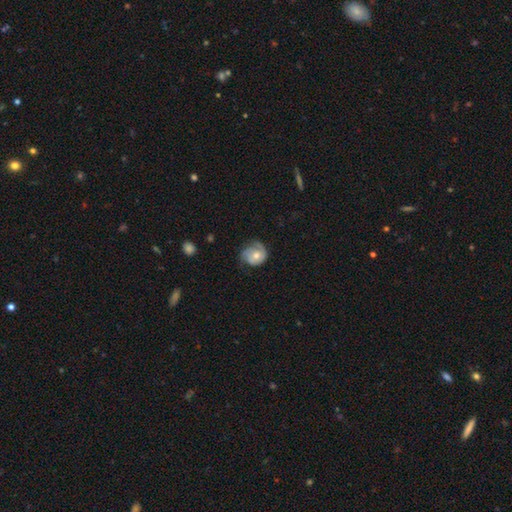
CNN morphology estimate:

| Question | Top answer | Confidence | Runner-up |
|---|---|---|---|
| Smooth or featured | featured or disk | 58% | smooth (35%) |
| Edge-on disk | no | 97% | yes (3%) |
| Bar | no | 80% | weak (16%) |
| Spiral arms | yes | 83% | no (17%) |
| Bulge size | moderate | 61% | small (33%) |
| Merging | none | 52% | minor disturbance (30%) |